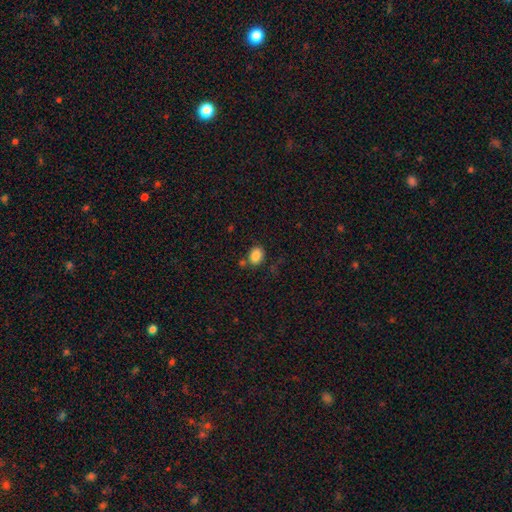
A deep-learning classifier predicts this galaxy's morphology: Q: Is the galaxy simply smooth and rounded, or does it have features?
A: smooth — 86%.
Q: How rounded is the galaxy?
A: in between — 64%.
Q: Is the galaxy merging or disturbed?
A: none — 71%.